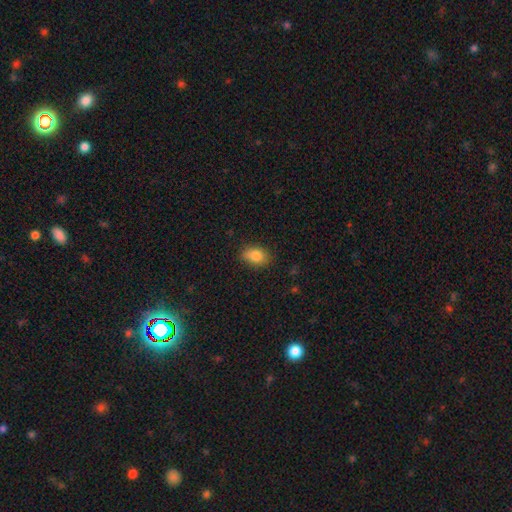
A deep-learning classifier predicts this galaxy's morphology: This is clearly a smooth galaxy (83%). How rounded: likely in between (76%). Merging: likely none (76%).